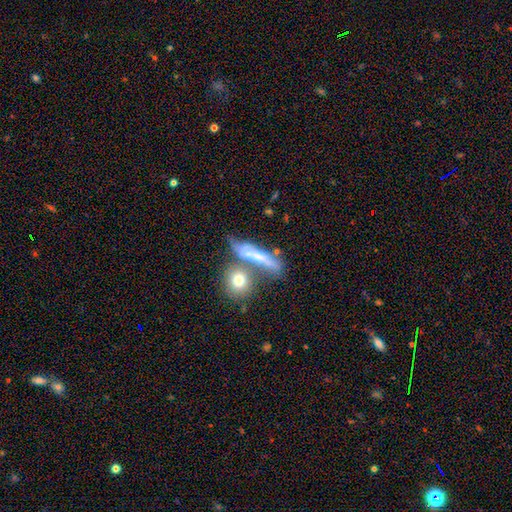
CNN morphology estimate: A smooth galaxy with no disk features (48%). Merging: none (43%).